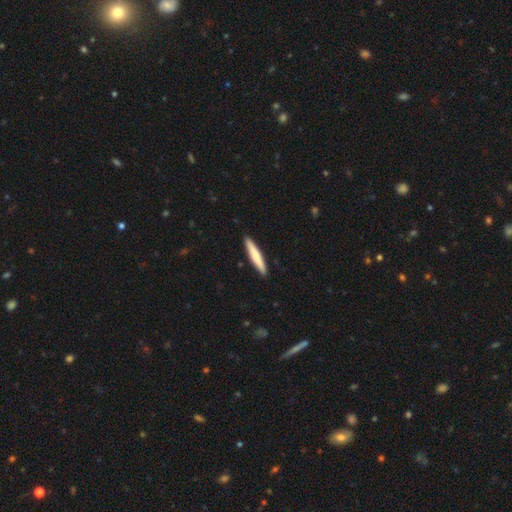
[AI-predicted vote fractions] This appears to be a smooth galaxy with no disk features (68%) that is cigar-shaped (93%). Merging: none (91%).